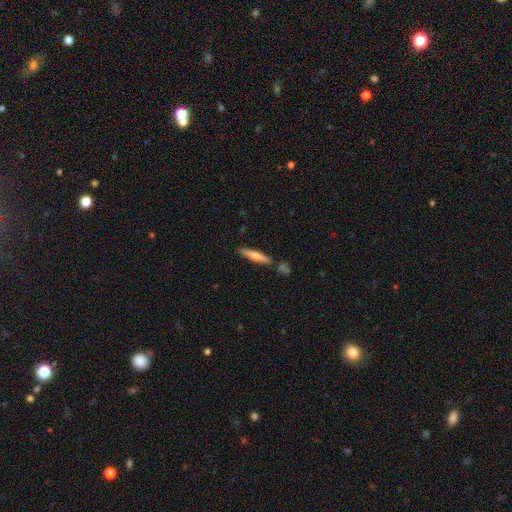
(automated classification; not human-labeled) smooth 60%, featured or disk 35%, star or artifact 6%. Down the decision tree: how rounded — cigar-shaped (90%); merging — none (83%).